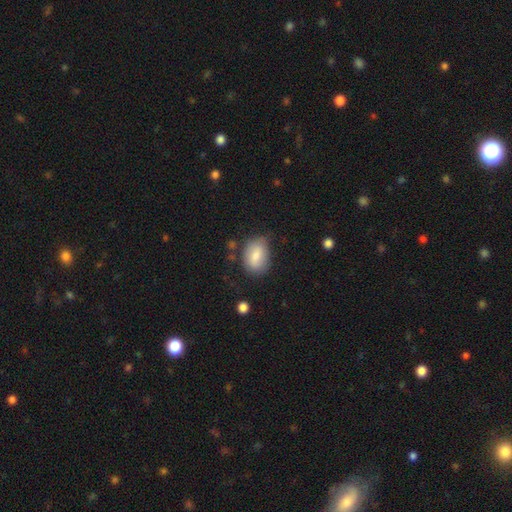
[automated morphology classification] Smooth or featured: smooth — 80% (featured or disk — 13%)
How rounded: in between — 78% (round — 21%)
Merging: none — 65% (minor disturbance — 26%)